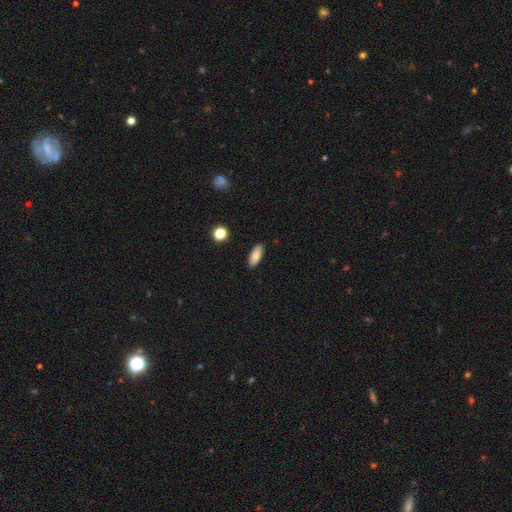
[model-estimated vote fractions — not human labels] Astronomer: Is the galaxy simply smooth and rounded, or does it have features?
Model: smooth — 84%.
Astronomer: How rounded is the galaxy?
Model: in between — 78%.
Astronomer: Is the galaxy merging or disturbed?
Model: none — 89%.